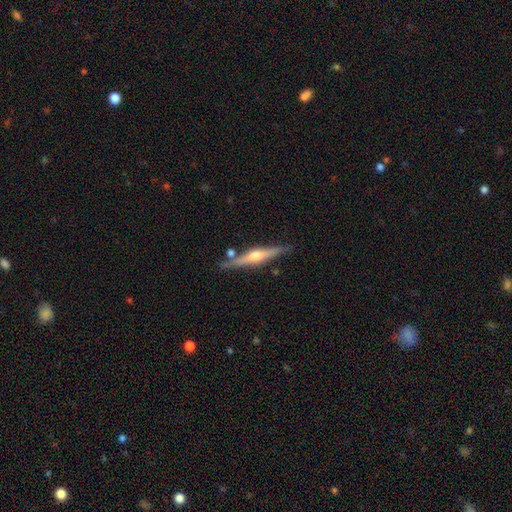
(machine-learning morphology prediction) smooth-or-featured: featured or disk: 75% | smooth: 19% | star or artifact: 6%
  disk-edge-on: yes: 97% | no: 3%
    edge-on-bulge: rounded: 89% | boxy: 6% | none: 5%
  merging: none: 83% | minor disturbance: 10% | merger: 4% | major disturbance: 2%